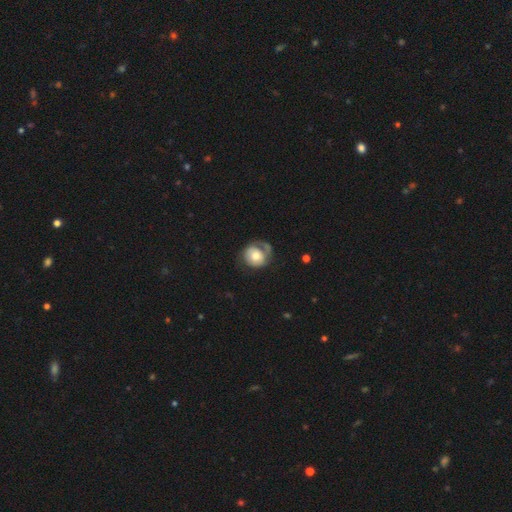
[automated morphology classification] A smooth galaxy with no disk features (55%) that is round (79%). Merging: none (44%).